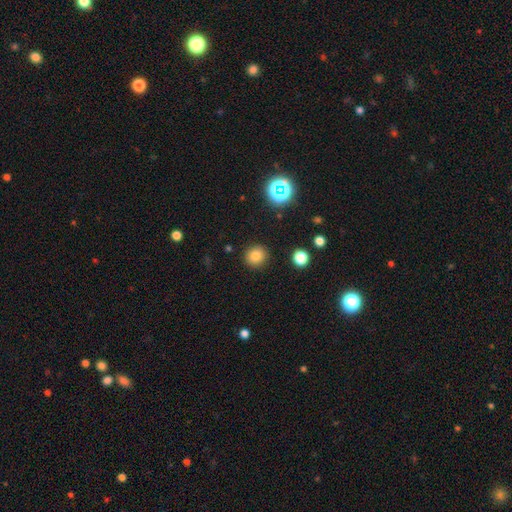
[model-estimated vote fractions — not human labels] Morphology: type=smooth (80%); roundness=round (89%); merging=none (90%).